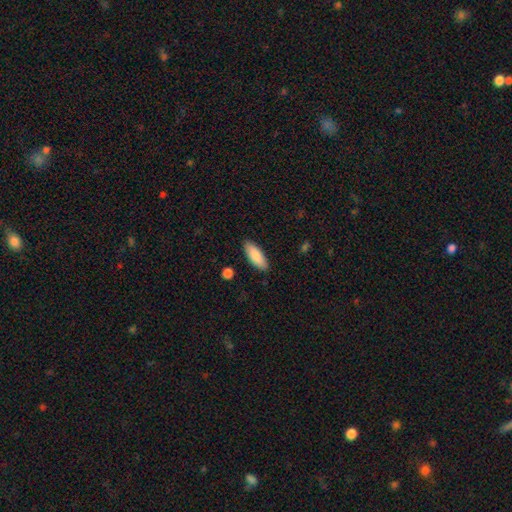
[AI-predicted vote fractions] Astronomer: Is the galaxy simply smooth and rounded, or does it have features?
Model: smooth — 86%.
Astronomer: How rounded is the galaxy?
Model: in between — 72%.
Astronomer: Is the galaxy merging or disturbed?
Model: none — 88%.